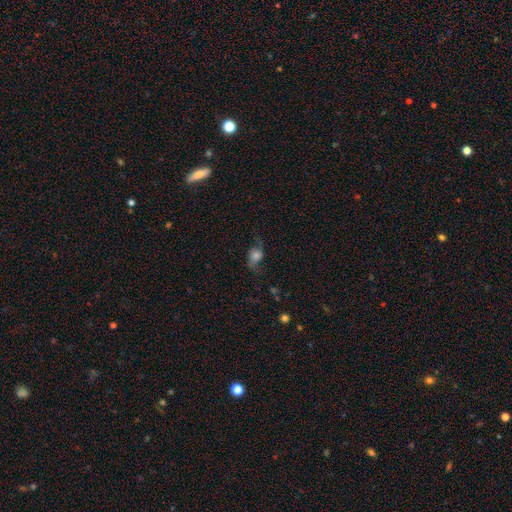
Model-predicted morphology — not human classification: smooth_or_featured: smooth (p=0.58) [alt: featured or disk p=0.30]
how_rounded: in between (p=0.60) [alt: round p=0.37]
merging: none (p=0.54) [alt: minor disturbance p=0.25]